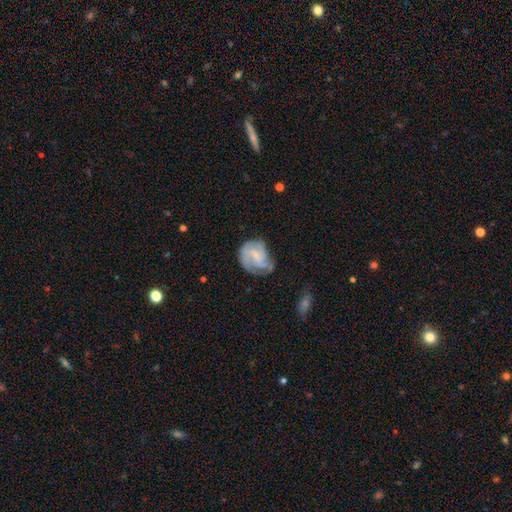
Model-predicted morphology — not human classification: Smooth or featured? featured or disk (70%)
Edge-on disk? no (98%)
Bar? weak (47%)
Spiral arms? yes (88%)
Spiral winding? tight (45%)
Spiral arm count? 2 (31%)
Bulge size? small (44%)
Merging? none (45%)